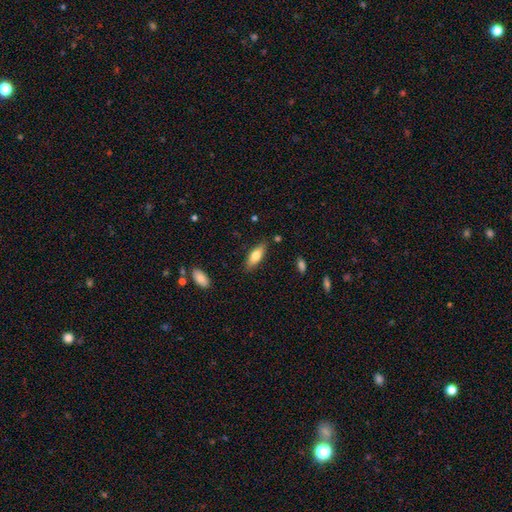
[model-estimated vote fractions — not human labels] The model was most divided on "how rounded": in between: 66%, cigar-shaped: 32%, round: 2%. More confident: merging — none (85%); smooth or featured — smooth (73%).